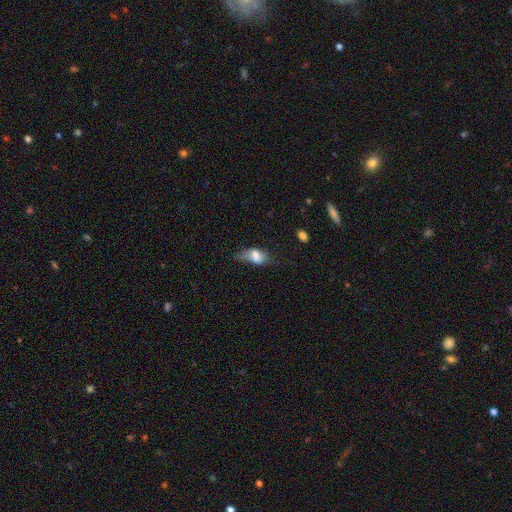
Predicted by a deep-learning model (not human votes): A smooth galaxy with no disk features (68%) that is in between round and cigar-shaped (84%). Merging: minor disturbance (34%).